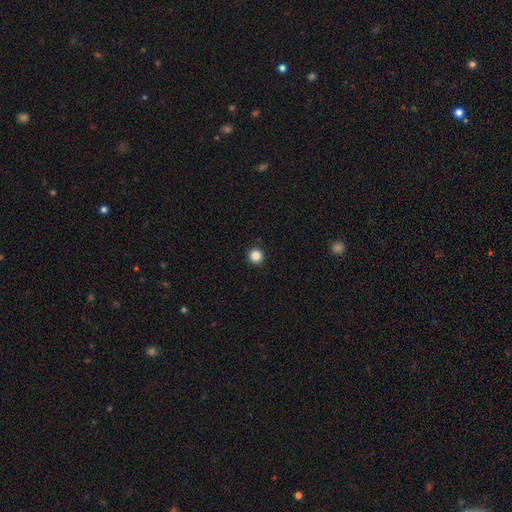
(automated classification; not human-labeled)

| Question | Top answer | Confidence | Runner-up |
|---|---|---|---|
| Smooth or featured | smooth | 86% | star or artifact (11%) |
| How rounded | round | 95% | in between (4%) |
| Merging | none | 93% | minor disturbance (5%) |